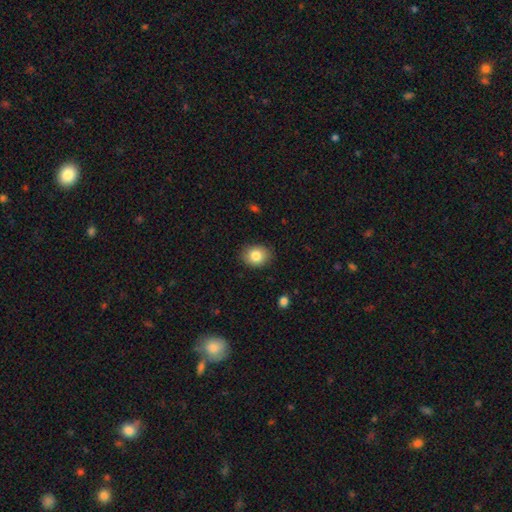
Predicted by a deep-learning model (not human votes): smooth 84%, star or artifact 8%, featured or disk 8%. Down the decision tree: how rounded — in between (53%); merging — none (86%).